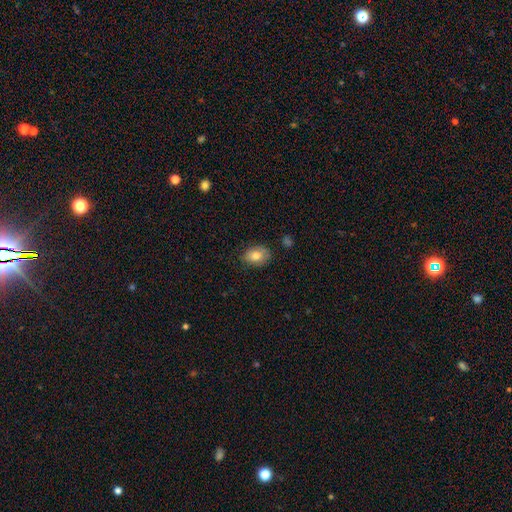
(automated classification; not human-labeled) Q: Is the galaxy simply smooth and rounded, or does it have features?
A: smooth — 78%.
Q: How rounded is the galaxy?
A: in between — 78%.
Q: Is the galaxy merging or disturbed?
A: none — 75%.